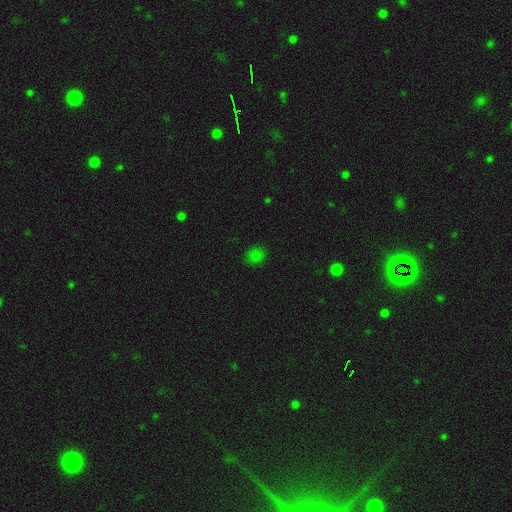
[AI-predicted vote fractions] Smooth or featured: smooth — 76% (star or artifact — 20%)
How rounded: round — 66% (in between — 33%)
Merging: none — 85% (minor disturbance — 11%)